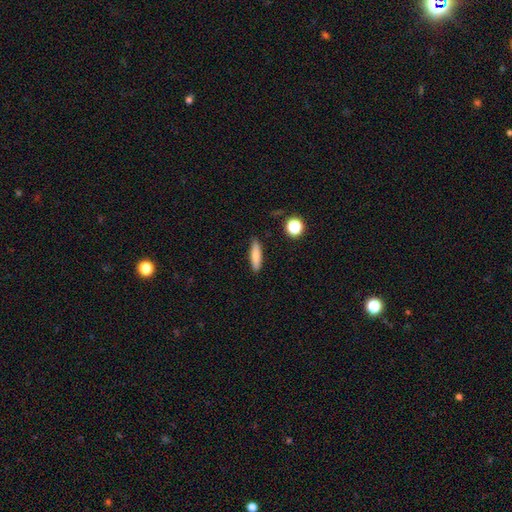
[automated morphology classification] A smooth galaxy with no disk features (76%) that is cigar-shaped (74%). Merging: none (89%).